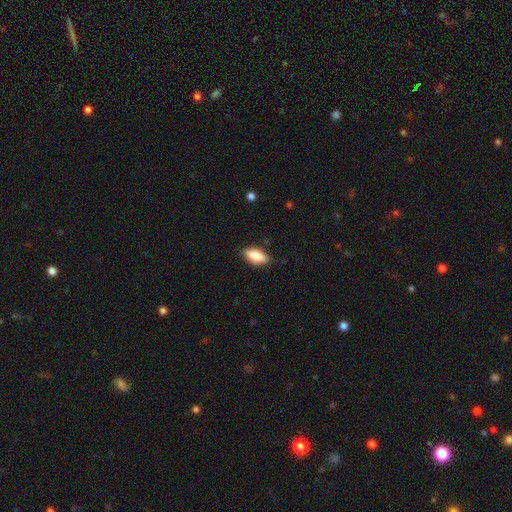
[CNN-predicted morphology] This is clearly a smooth galaxy (83%). How rounded: clearly in between (81%). Merging: clearly none (85%).